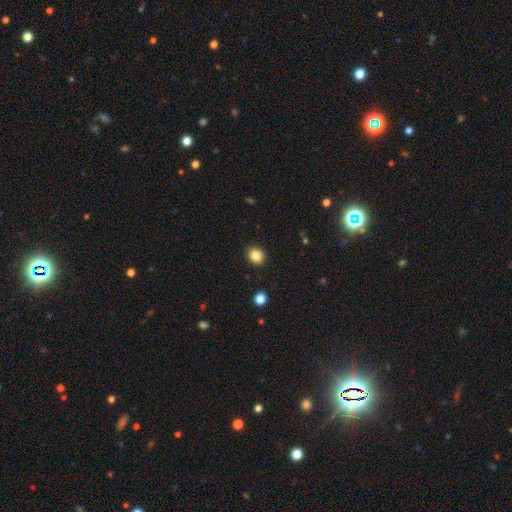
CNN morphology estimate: Smooth or featured? Predicted: smooth (p=0.85). How rounded? Predicted: round (p=0.79). Merging? Predicted: none (p=0.91).